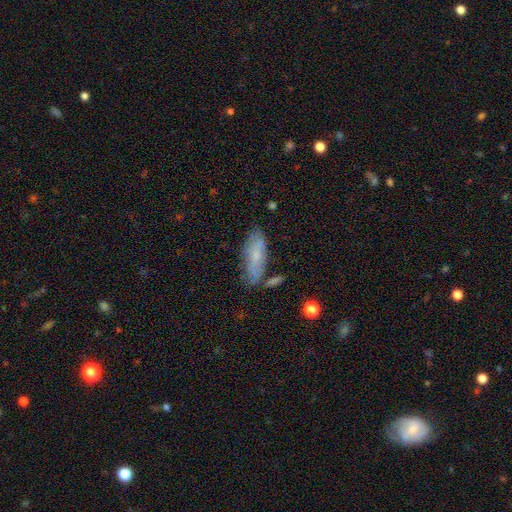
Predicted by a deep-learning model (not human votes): This is possibly a smooth galaxy (56%). How rounded: likely in between (70%). Merging: likely none (69%).